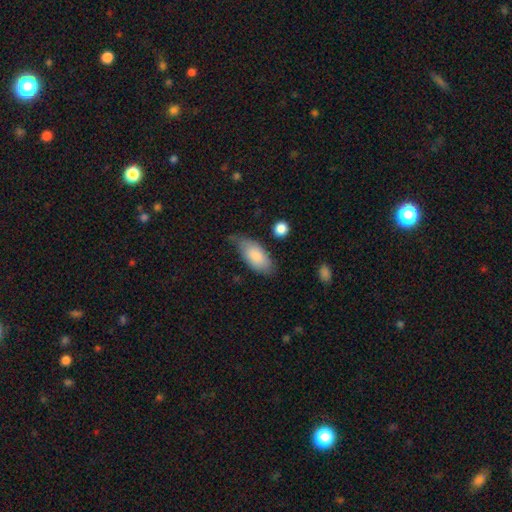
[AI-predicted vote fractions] A smooth galaxy with no disk features (80%) that is in between round and cigar-shaped (91%).

Vote fractions:
- Smooth or featured? smooth: 80% / featured or disk: 14% / star or artifact: 6%
- How rounded? in between: 91% / cigar-shaped: 7% / round: 2%
- Merging? none: 51% / minor disturbance: 35% / major disturbance: 10% / merger: 4%